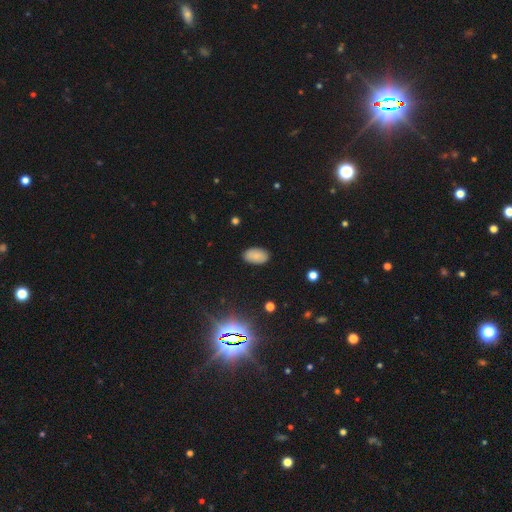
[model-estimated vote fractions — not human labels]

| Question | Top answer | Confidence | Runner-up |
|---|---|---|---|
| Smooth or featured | smooth | 83% | star or artifact (11%) |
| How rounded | in between | 94% | round (4%) |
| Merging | none | 88% | minor disturbance (9%) |